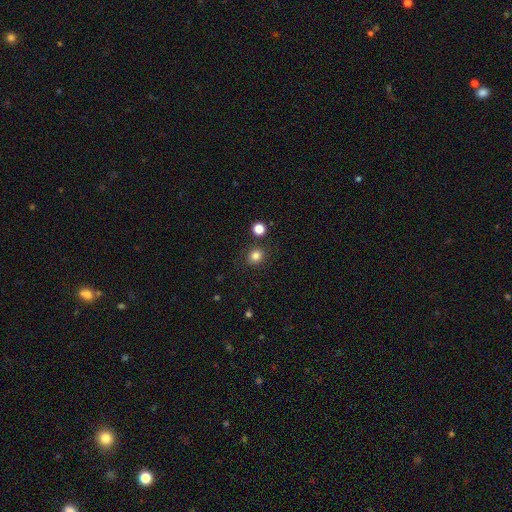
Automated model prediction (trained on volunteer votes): A smooth galaxy with no disk features (82%) that is round (79%).

Vote fractions:
- Smooth or featured? smooth: 82% / star or artifact: 13% / featured or disk: 5%
- How rounded? round: 79% / in between: 20% / cigar-shaped: 1%
- Merging? none: 85% / minor disturbance: 8% / merger: 5% / major disturbance: 3%